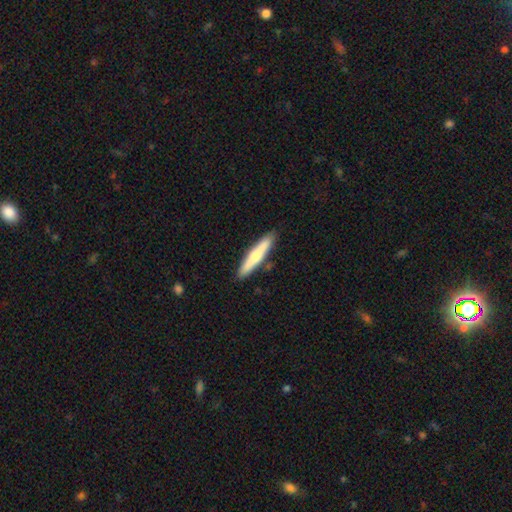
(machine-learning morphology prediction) A smooth galaxy with no disk features (58%) that is cigar-shaped (90%). Merging: none (87%).